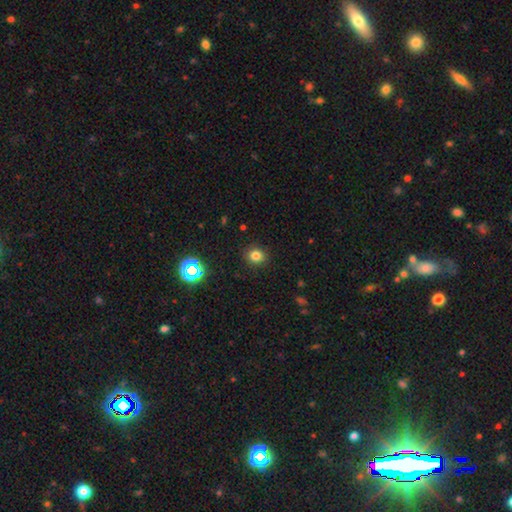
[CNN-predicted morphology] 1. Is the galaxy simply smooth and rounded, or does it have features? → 79% smooth, 15% star or artifact, 6% featured or disk.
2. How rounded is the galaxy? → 79% round, 20% in between, 1% cigar-shaped.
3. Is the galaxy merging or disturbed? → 90% none, 7% minor disturbance, 2% major disturbance, 1% merger.